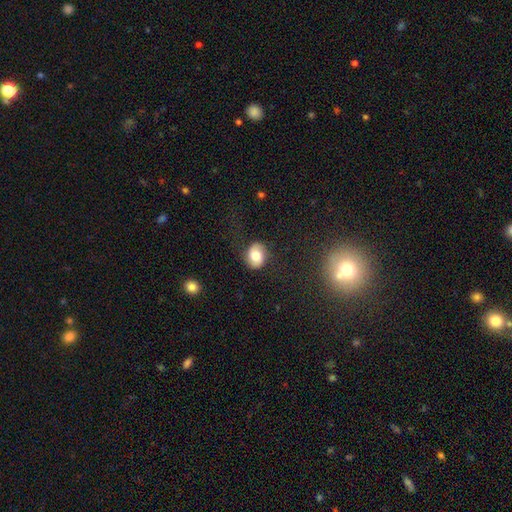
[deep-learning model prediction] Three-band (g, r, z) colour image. It shows a smooth galaxy with no disk features (64%) that is round (50%). Merging: none (76%).